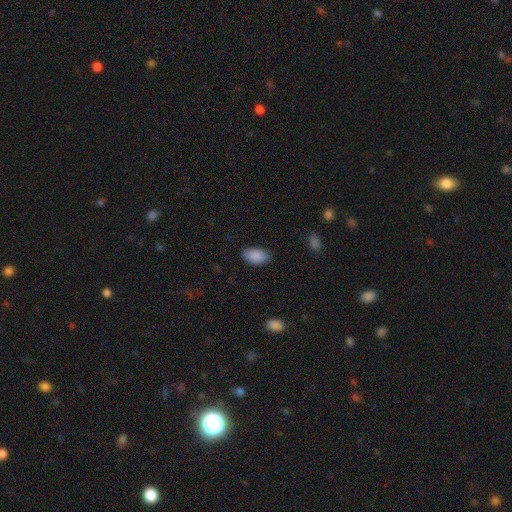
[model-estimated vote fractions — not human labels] smooth_or_featured: smooth (p=0.89) [alt: star or artifact p=0.07]
how_rounded: in between (p=0.94) [alt: round p=0.05]
merging: none (p=0.82) [alt: minor disturbance p=0.14]